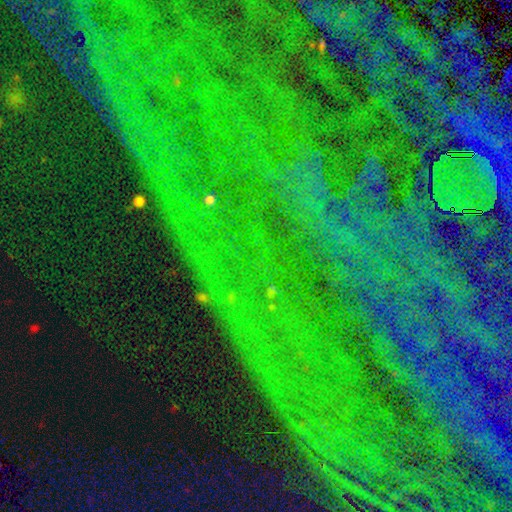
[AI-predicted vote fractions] Smooth or featured: star or artifact — 85% (featured or disk — 8%)